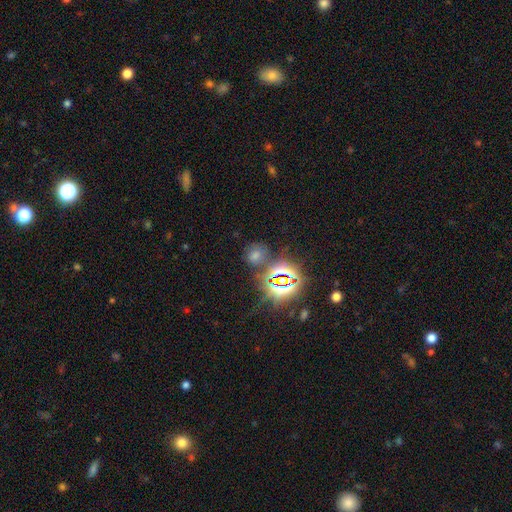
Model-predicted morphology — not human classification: star or artifact 61%, smooth 30%, featured or disk 9%.